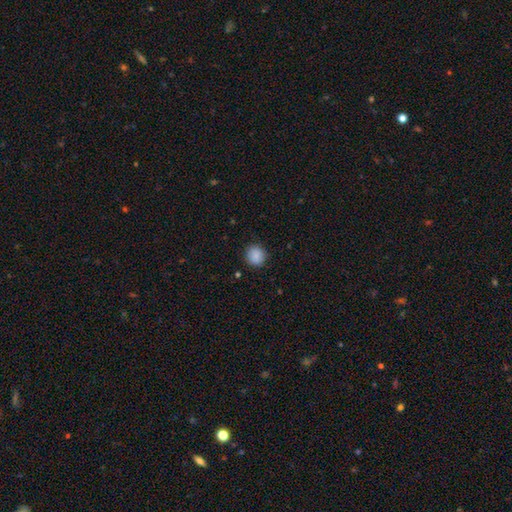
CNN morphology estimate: Smooth or featured? smooth (88%)
How rounded? round (89%)
Merging? none (89%)